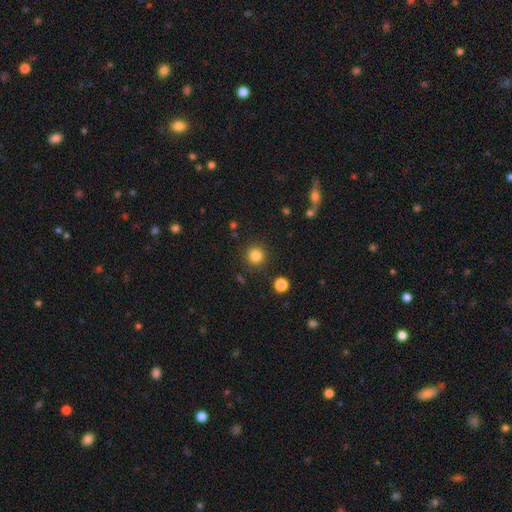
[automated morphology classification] smooth 84%, star or artifact 12%, featured or disk 5%. Down the decision tree: how rounded — round (94%); merging — none (90%).